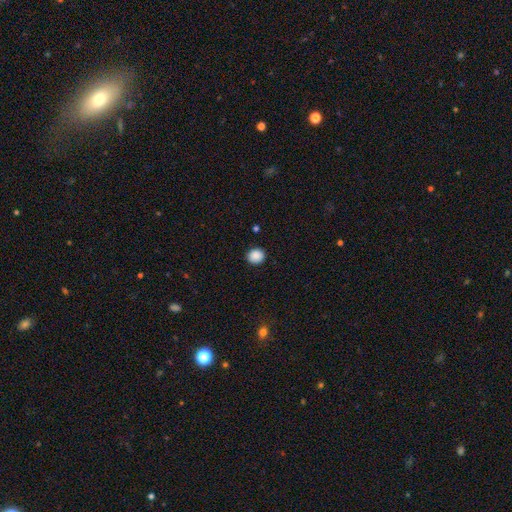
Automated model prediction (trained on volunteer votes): smooth_or_featured: smooth (p=0.88) [alt: star or artifact p=0.09]
how_rounded: round (p=0.86) [alt: in between p=0.13]
merging: none (p=0.90) [alt: minor disturbance p=0.07]